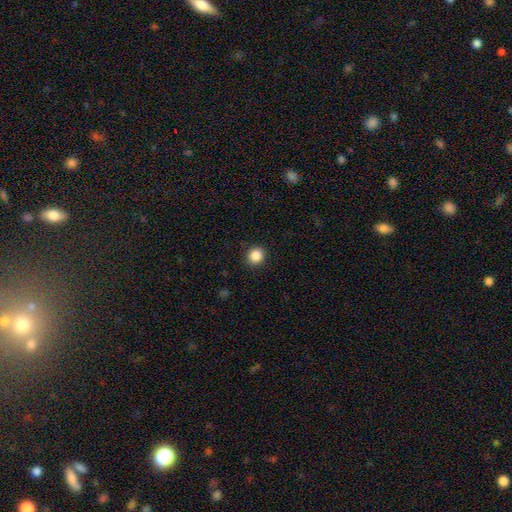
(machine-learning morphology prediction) This is clearly a smooth galaxy (86%). How rounded: clearly round (89%). Merging: clearly none (91%).